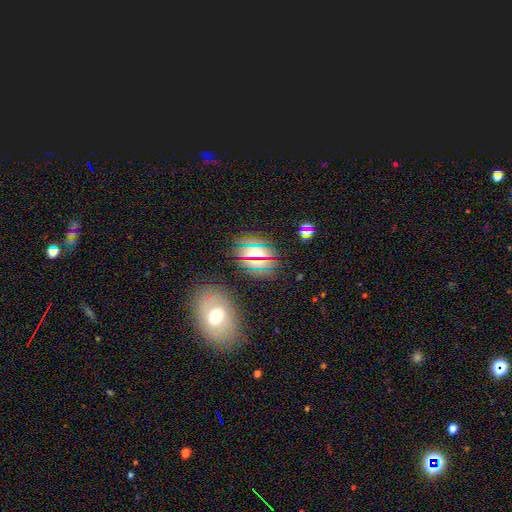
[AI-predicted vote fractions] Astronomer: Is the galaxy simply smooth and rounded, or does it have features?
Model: star or artifact — 41% (runner-up: smooth, 36%).